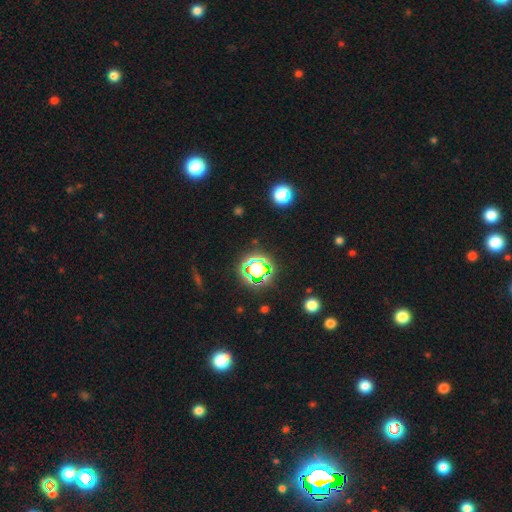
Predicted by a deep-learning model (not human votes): Smooth or featured? star or artifact (71%)